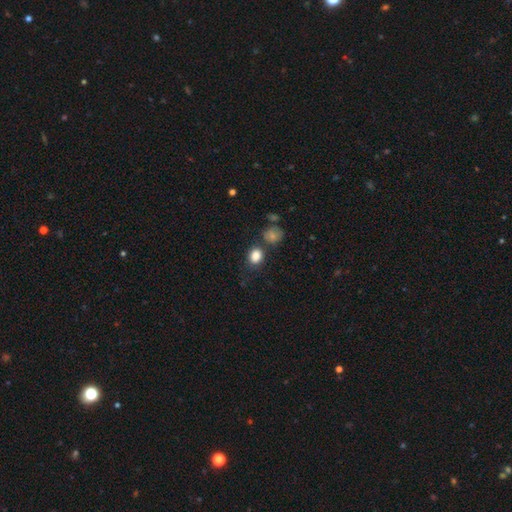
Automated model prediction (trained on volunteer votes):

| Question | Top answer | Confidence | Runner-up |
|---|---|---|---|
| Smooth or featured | smooth | 85% | star or artifact (10%) |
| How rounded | in between | 52% | round (47%) |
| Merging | none | 68% | minor disturbance (15%) |